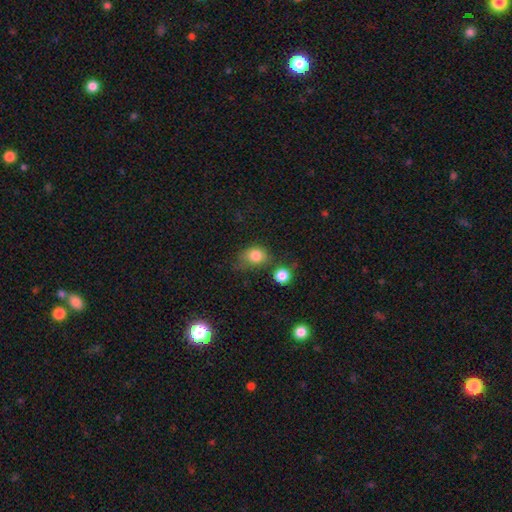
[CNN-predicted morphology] Smooth or featured: smooth — 81% (star or artifact — 11%)
How rounded: round — 56% (in between — 43%)
Merging: none — 46% (minor disturbance — 29%)